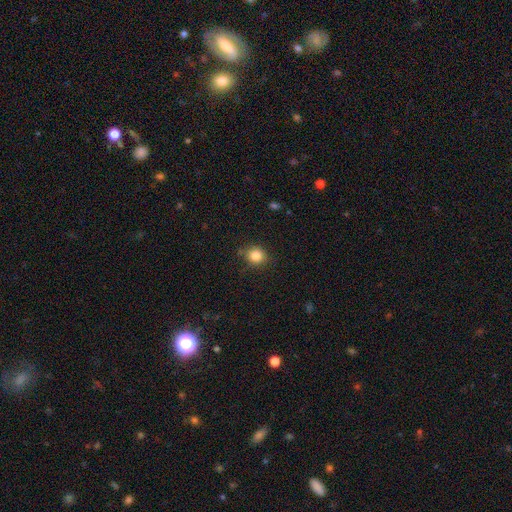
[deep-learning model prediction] Q: Smooth or featured?
A: smooth (84%); runner-up: star or artifact (11%)
Q: How rounded?
A: round (81%); runner-up: in between (18%)
Q: Merging?
A: none (81%); runner-up: minor disturbance (14%)